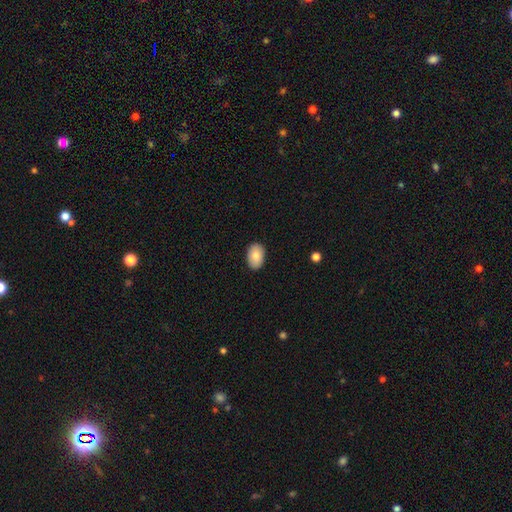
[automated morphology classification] type=smooth (83%); roundness=in between (88%); merging=none (88%).